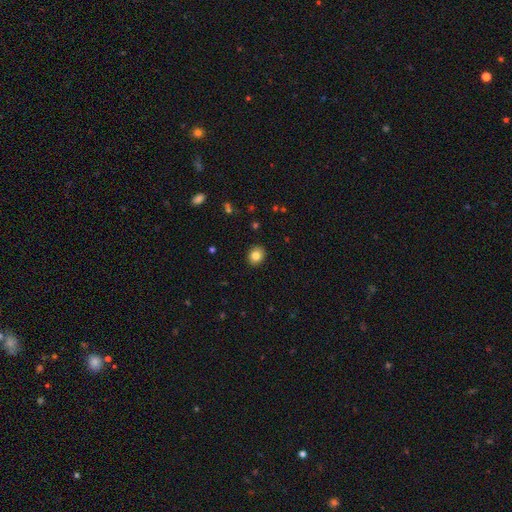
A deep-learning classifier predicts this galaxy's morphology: The model was most divided on "how rounded": round: 68%, in between: 32%, cigar-shaped: 1%. More confident: merging — none (90%); smooth or featured — smooth (83%).